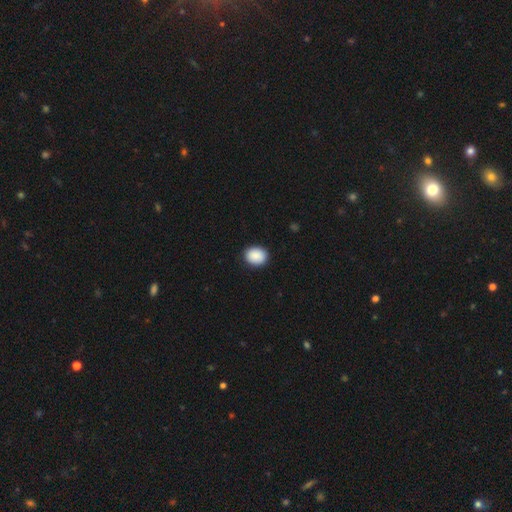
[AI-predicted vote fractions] A smooth galaxy with no disk features (90%) that is round (54%).

Vote fractions:
- Smooth or featured? smooth: 90% / star or artifact: 7% / featured or disk: 3%
- How rounded? round: 54% / in between: 45% / cigar-shaped: 1%
- Merging? none: 90% / minor disturbance: 8% / major disturbance: 2% / merger: 1%